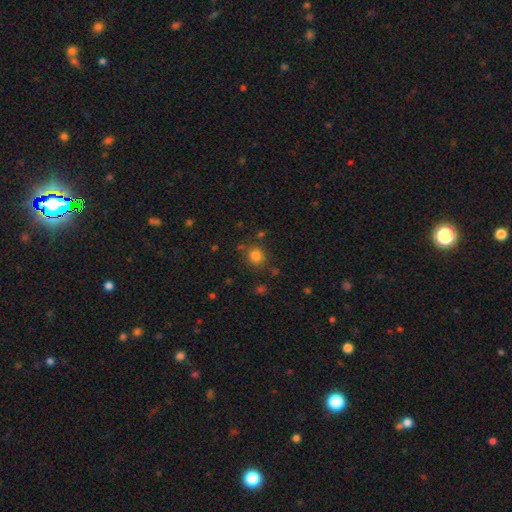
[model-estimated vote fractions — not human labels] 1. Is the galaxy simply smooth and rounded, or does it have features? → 81% smooth, 14% star or artifact, 6% featured or disk.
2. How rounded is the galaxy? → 86% round, 14% in between, 1% cigar-shaped.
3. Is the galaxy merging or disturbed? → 80% none, 11% minor disturbance, 5% merger, 4% major disturbance.